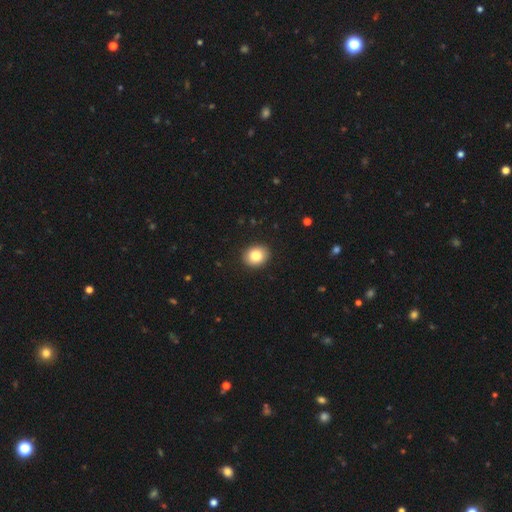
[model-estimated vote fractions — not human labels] smooth_or_featured: smooth (p=0.85) [alt: star or artifact p=0.08]
how_rounded: round (p=0.62) [alt: in between p=0.38]
merging: none (p=0.90) [alt: minor disturbance p=0.07]